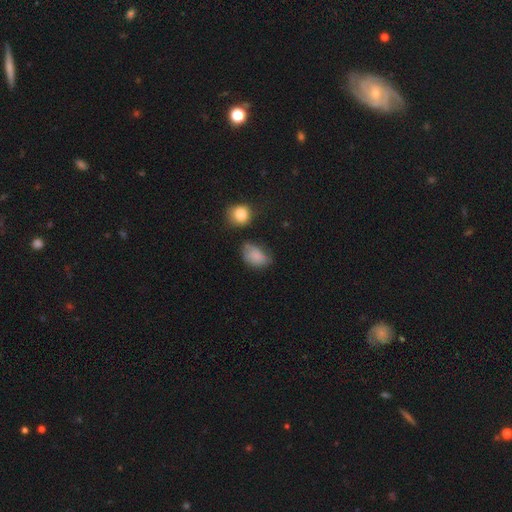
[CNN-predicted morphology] Overall: smooth (77%). How rounded: in between (80%). Merging: none (43%; minor disturbance 37%).